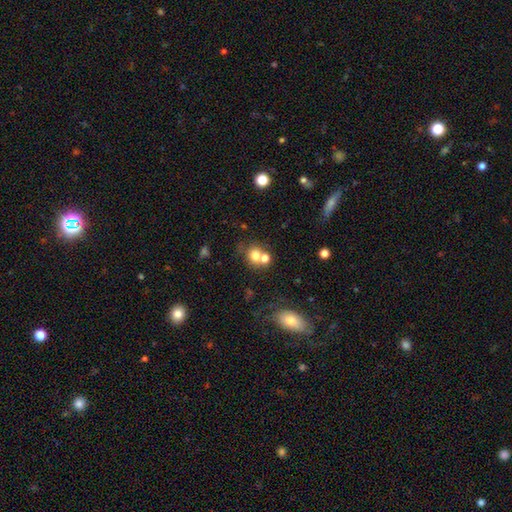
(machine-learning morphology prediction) smooth 73%, star or artifact 14%, featured or disk 14%. Down the decision tree: how rounded — round (77%); merging — none (44%).